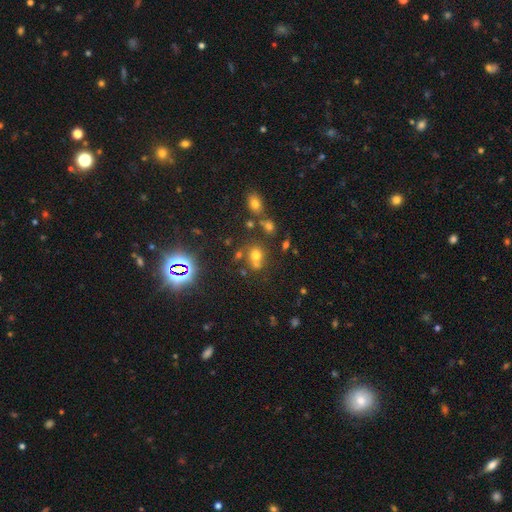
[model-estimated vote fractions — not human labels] This is likely a smooth galaxy (61%). How rounded: likely round (67%). Merging: possibly none (55%).